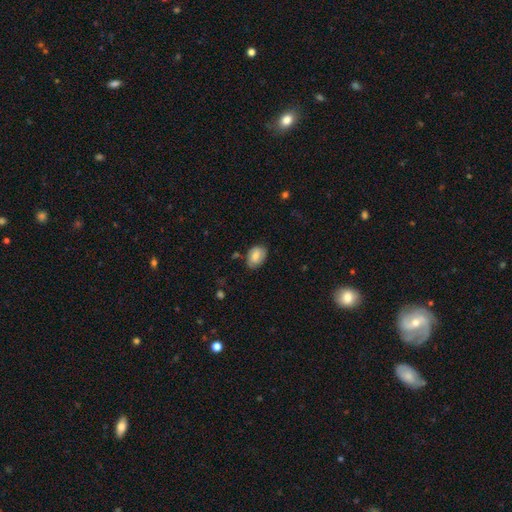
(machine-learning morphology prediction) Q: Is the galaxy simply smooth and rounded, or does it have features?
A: smooth — 77%.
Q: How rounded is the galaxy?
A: in between — 81%.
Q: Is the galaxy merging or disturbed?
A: none — 75%.